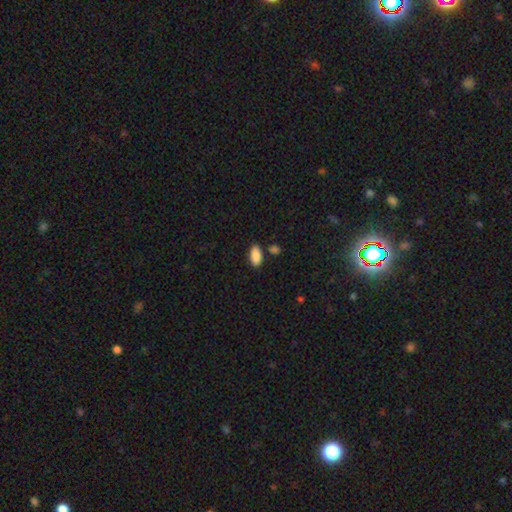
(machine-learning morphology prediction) The model was most divided on "merging": none: 81%, minor disturbance: 11%, merger: 6%, major disturbance: 3%. More confident: how rounded — in between (93%); smooth or featured — smooth (89%).